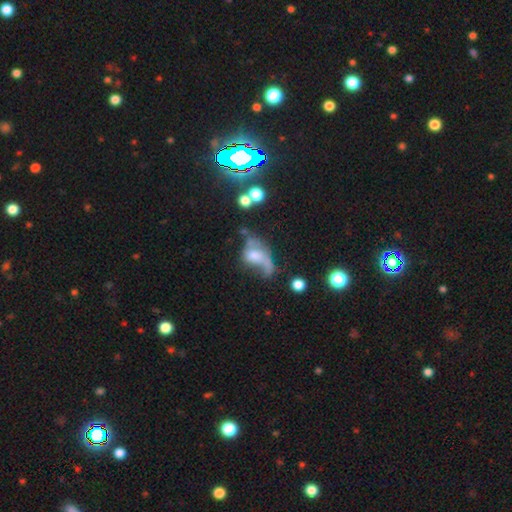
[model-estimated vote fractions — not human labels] Smooth or featured: featured or disk — 45% (smooth — 42%)
Merging: major disturbance — 46% (merger — 21%)